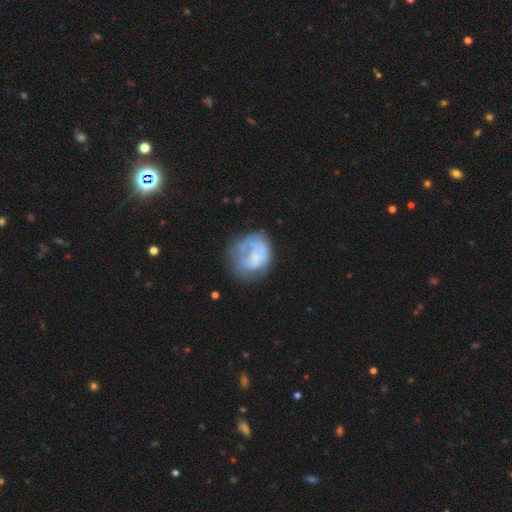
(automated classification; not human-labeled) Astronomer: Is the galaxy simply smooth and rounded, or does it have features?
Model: featured or disk — 49% (runner-up: smooth, 42%).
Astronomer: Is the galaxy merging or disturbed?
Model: none — 44% (runner-up: major disturbance, 26%).